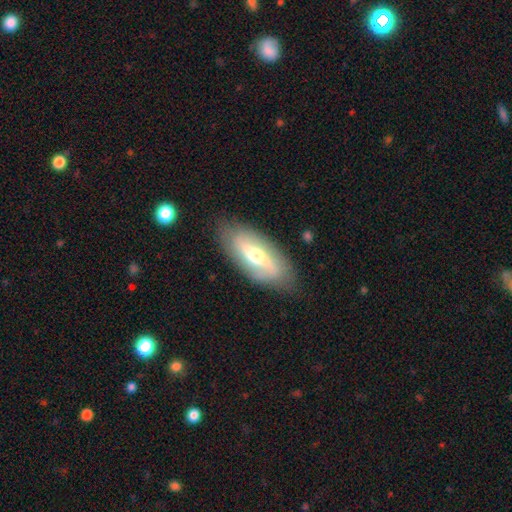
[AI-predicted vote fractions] smooth-or-featured: featured or disk: 63% | smooth: 31% | star or artifact: 6%
  disk-edge-on: no: 84% | yes: 16%
    bar: weak: 41% | strong: 32% | no: 27%
    has-spiral-arms: yes: 72% | no: 28%
    bulge-size: moderate: 66% | small: 24% | large: 7% | dominant: 1% | none: 1%
  merging: none: 83% | minor disturbance: 12% | major disturbance: 3% | merger: 1%